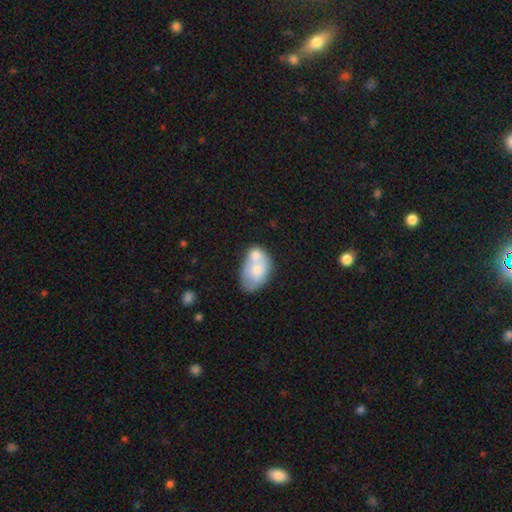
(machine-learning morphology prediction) Smooth or featured: smooth — 67% (featured or disk — 26%)
How rounded: in between — 85% (round — 14%)
Merging: merger — 52% (none — 26%)